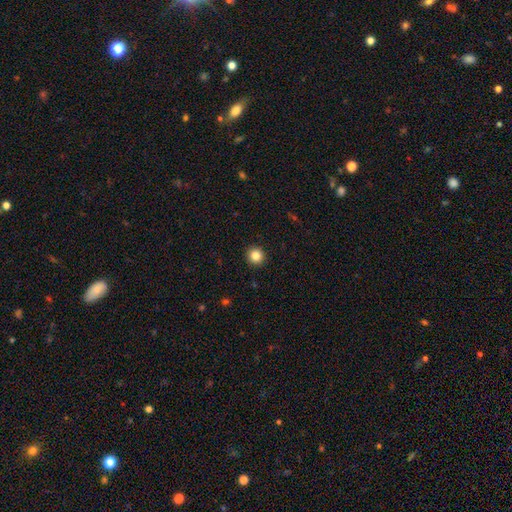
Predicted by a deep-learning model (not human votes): Q: Smooth or featured?
A: smooth (84%); runner-up: star or artifact (11%)
Q: How rounded?
A: round (93%); runner-up: in between (6%)
Q: Merging?
A: none (93%); runner-up: minor disturbance (5%)